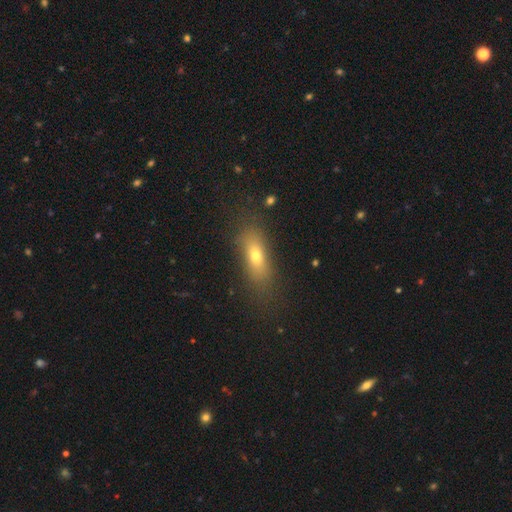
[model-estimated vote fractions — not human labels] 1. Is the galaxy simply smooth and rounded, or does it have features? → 68% smooth, 20% featured or disk, 12% star or artifact.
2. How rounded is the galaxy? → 65% in between, 29% cigar-shaped, 6% round.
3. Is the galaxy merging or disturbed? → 77% none, 14% minor disturbance, 7% major disturbance, 2% merger.